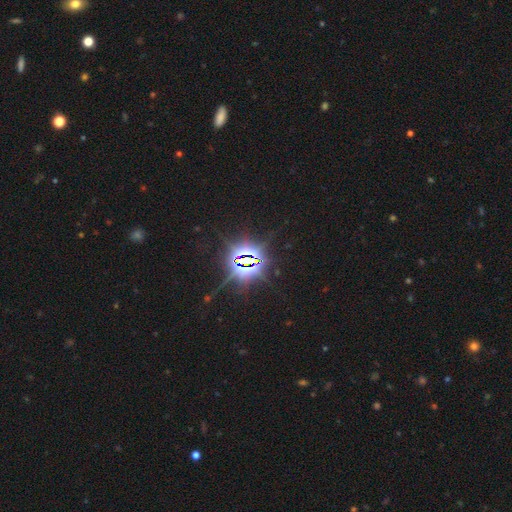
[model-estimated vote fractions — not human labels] A star or artifact, not a galaxy (86%).

Vote fractions:
- Smooth or featured? star or artifact: 86% / featured or disk: 8% / smooth: 7%